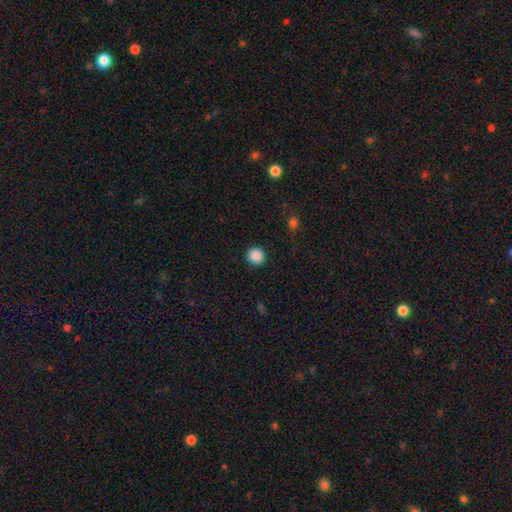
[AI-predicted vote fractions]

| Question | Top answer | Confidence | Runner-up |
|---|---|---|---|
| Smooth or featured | smooth | 88% | star or artifact (9%) |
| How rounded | round | 94% | in between (5%) |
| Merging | none | 92% | minor disturbance (5%) |